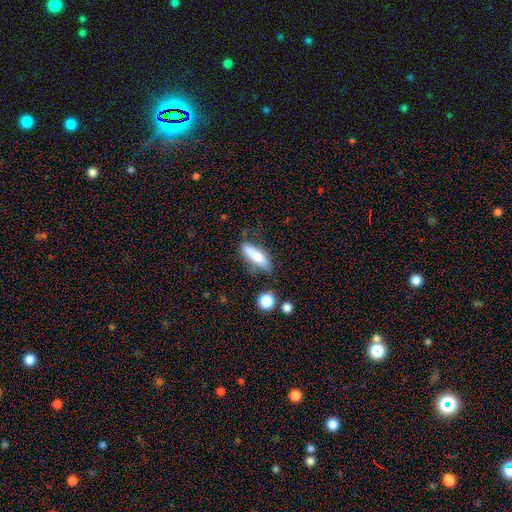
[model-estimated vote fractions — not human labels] A smooth galaxy with no disk features (74%) that is cigar-shaped (59%). Merging: none (59%).